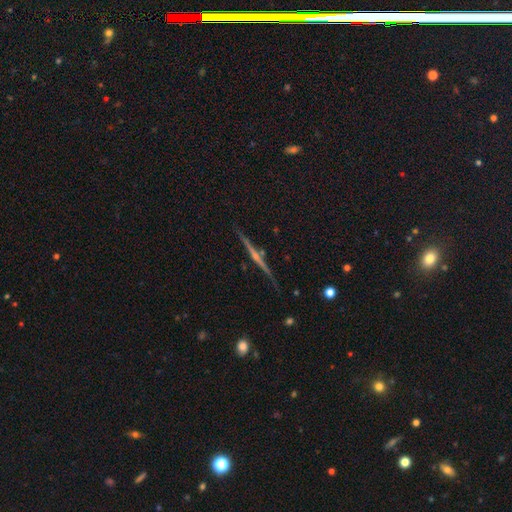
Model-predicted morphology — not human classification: The model was most divided on "edge-on bulge": rounded: 68%, none: 25%, boxy: 8%. More confident: edge-on disk — yes (98%); merging — none (89%); smooth or featured — featured or disk (82%).